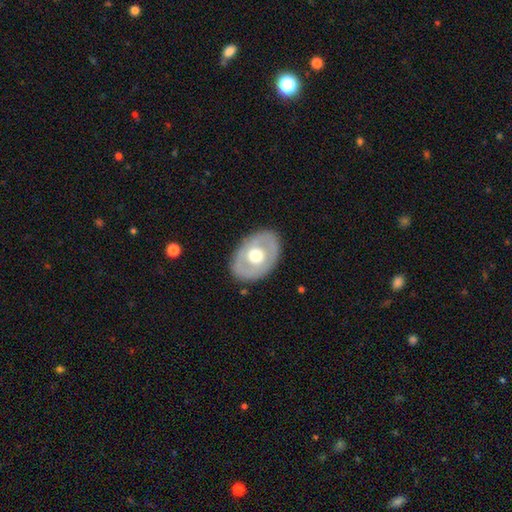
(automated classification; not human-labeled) Q: Smooth or featured?
A: featured or disk (52%); runner-up: smooth (43%)
Q: Edge-on disk?
A: no (90%); runner-up: yes (10%)
Q: Merging?
A: none (84%); runner-up: minor disturbance (11%)